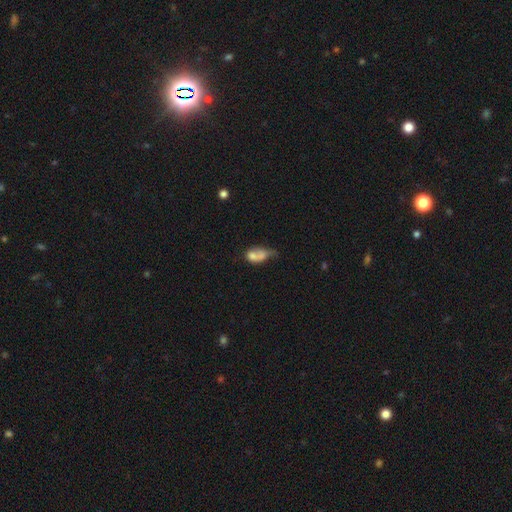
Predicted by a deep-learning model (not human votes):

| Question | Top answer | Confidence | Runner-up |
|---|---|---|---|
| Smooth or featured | smooth | 64% | featured or disk (26%) |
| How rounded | in between | 79% | round (17%) |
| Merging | merger | 36% | major disturbance (25%) |